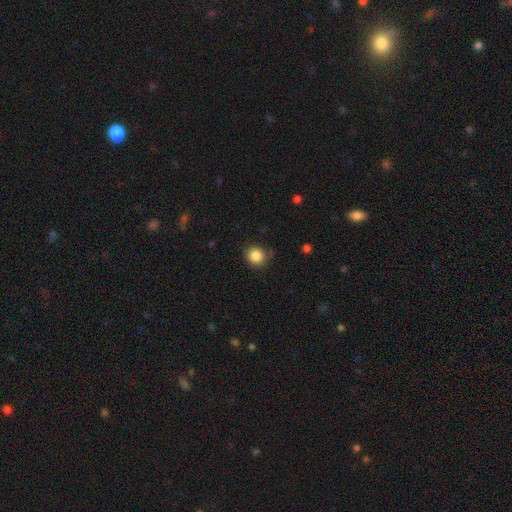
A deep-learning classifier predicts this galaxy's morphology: smooth_or_featured: smooth (p=0.85) [alt: star or artifact p=0.10]
how_rounded: round (p=0.88) [alt: in between p=0.11]
merging: none (p=0.83) [alt: minor disturbance p=0.12]